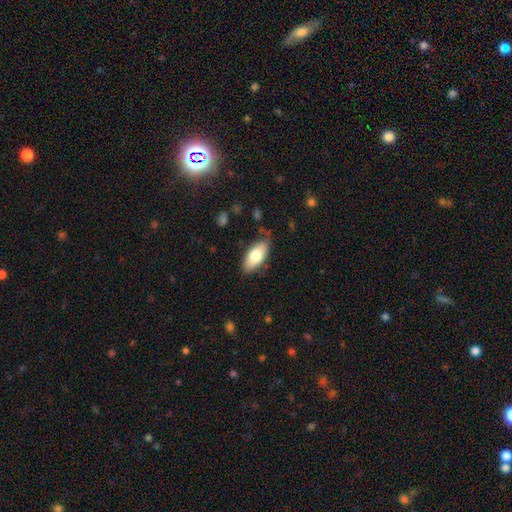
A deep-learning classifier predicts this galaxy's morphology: smooth 75%, featured or disk 19%, star or artifact 6%. Down the decision tree: how rounded — in between (90%); merging — none (79%).